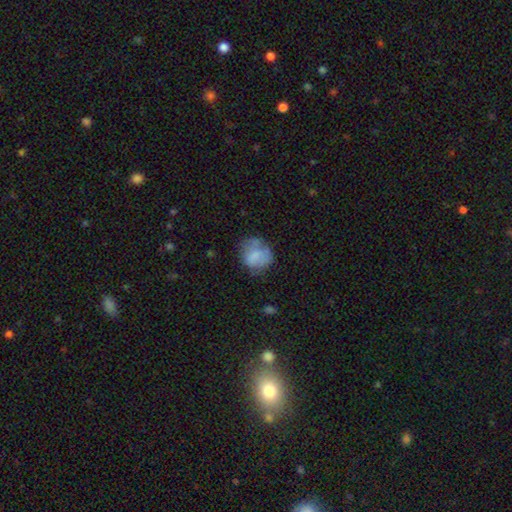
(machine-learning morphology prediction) Smooth or featured: smooth — 71% (featured or disk — 20%)
How rounded: round — 70% (in between — 29%)
Merging: none — 50% (minor disturbance — 29%)